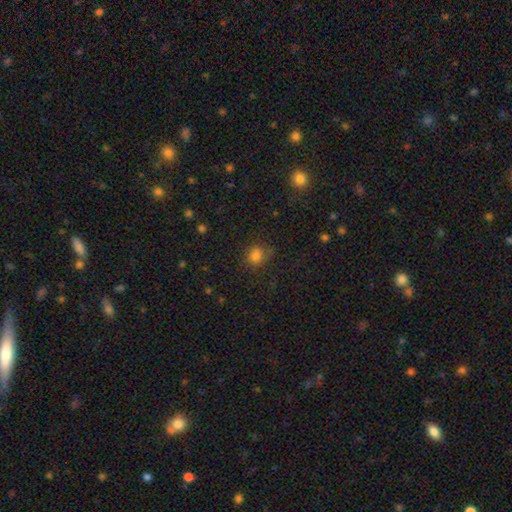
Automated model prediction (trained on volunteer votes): Q: Smooth or featured?
A: smooth (78%); runner-up: star or artifact (16%)
Q: How rounded?
A: round (76%); runner-up: in between (23%)
Q: Merging?
A: none (74%); runner-up: minor disturbance (17%)